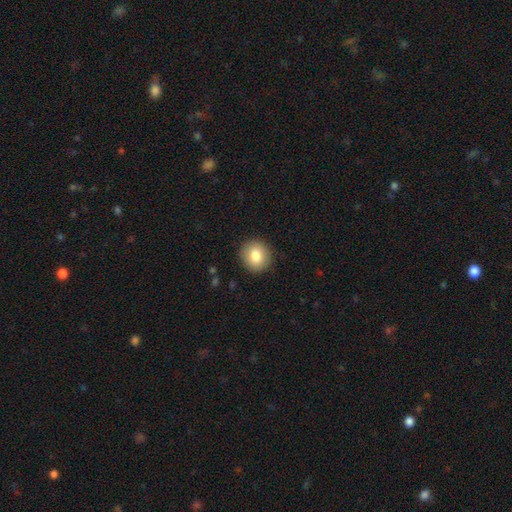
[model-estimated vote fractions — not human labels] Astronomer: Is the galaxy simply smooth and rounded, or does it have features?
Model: smooth — 83%.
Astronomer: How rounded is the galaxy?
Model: round — 87%.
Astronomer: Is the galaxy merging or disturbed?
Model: none — 90%.